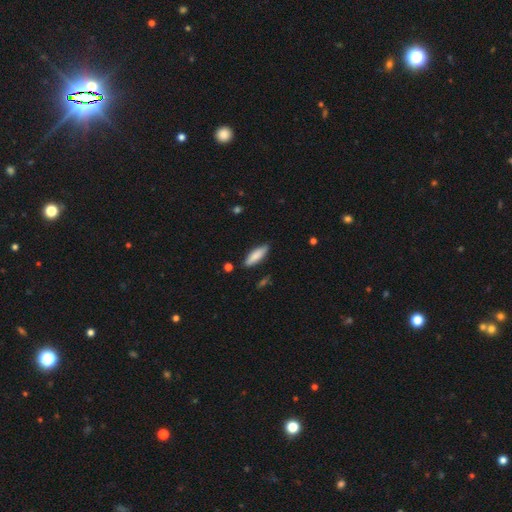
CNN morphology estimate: Smooth or featured?
  - smooth: 83% *
  - featured or disk: 11%
  - star or artifact: 6%
How rounded?
  - cigar-shaped: 55% *
  - in between: 44%
  - round: 2%
Merging?
  - none: 83% *
  - minor disturbance: 12%
  - major disturbance: 2%
  - merger: 2%